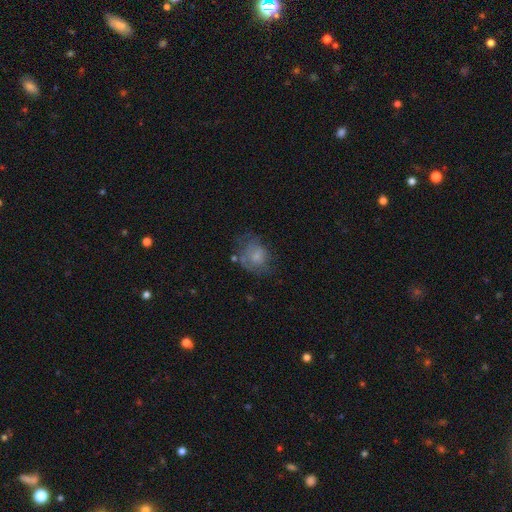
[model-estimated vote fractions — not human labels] This is possibly a smooth galaxy (56%). How rounded: possibly round (54%). Merging: marginally none (38%).